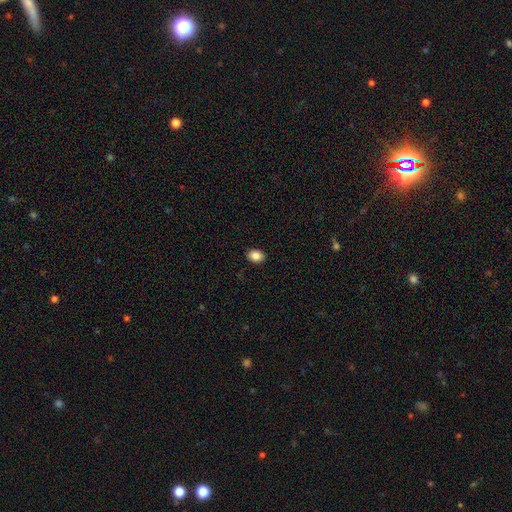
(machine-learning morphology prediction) A smooth galaxy with no disk features (87%) that is in between round and cigar-shaped (71%).

Vote fractions:
- Smooth or featured? smooth: 87% / star or artifact: 8% / featured or disk: 5%
- How rounded? in between: 71% / round: 28% / cigar-shaped: 1%
- Merging? none: 90% / minor disturbance: 7% / major disturbance: 2% / merger: 1%